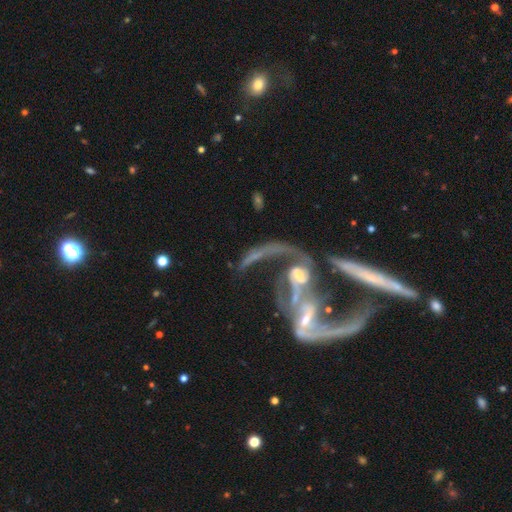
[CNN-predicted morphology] Smooth or featured: featured or disk — 74% (smooth — 14%)
Edge-on disk: no — 94% (yes — 6%)
Bar: no — 54% (weak — 30%)
Spiral arms: yes — 73% (no — 27%)
Spiral winding: loose — 70% (medium — 21%)
Spiral arm count: 2 — 49% (1 — 24%)
Bulge size: moderate — 44% (small — 34%)
Merging: merger — 62% (major disturbance — 21%)